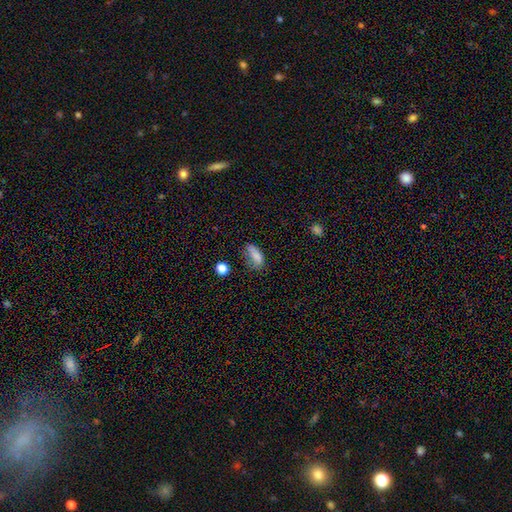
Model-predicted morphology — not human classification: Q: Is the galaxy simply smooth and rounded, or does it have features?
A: smooth — 80%.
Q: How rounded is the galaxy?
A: in between — 80%.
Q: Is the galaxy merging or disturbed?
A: none — 46%.